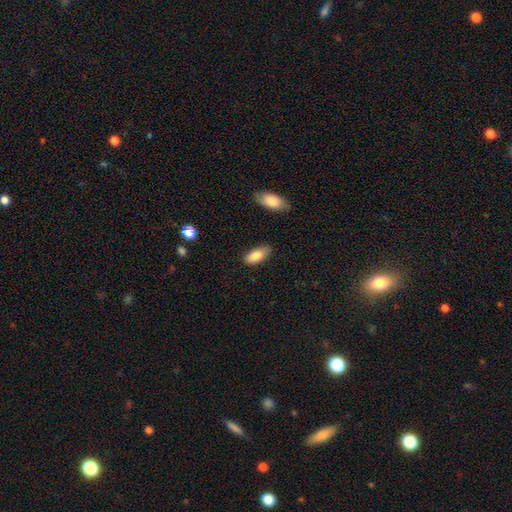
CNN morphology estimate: A smooth galaxy with no disk features (85%) that is in between round and cigar-shaped (89%).

Vote fractions:
- Smooth or featured? smooth: 85% / featured or disk: 8% / star or artifact: 7%
- How rounded? in between: 89% / cigar-shaped: 9% / round: 2%
- Merging? none: 80% / minor disturbance: 15% / major disturbance: 3% / merger: 2%